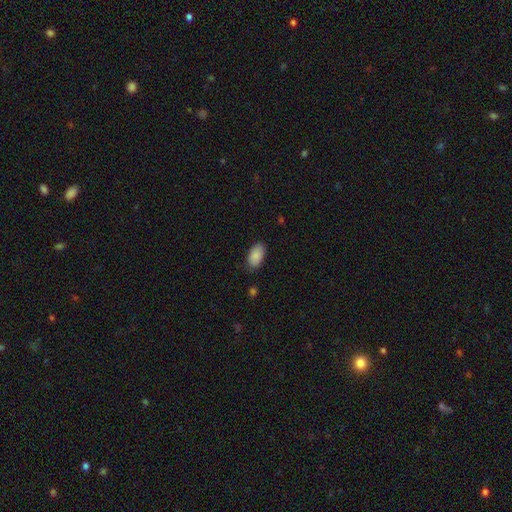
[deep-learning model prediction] smooth 89%, star or artifact 7%, featured or disk 4%. Down the decision tree: how rounded — in between (95%); merging — none (84%).